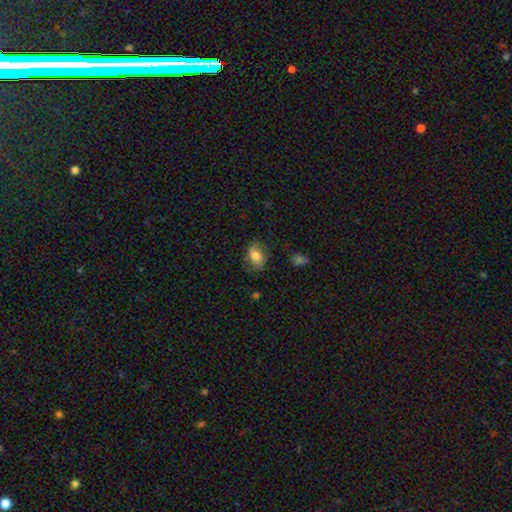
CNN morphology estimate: Smooth or featured: smooth — 77% (featured or disk — 15%)
How rounded: in between — 79% (round — 19%)
Merging: none — 70% (minor disturbance — 21%)